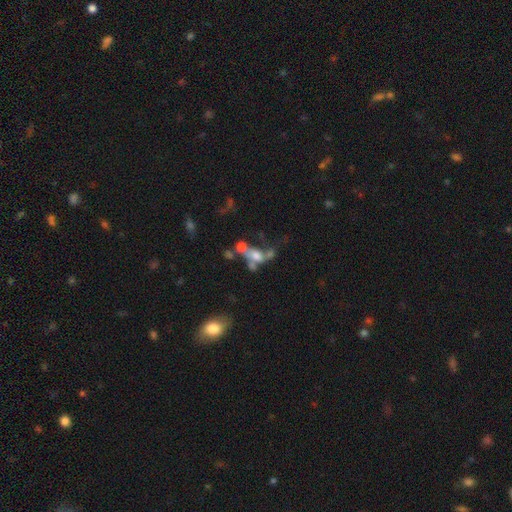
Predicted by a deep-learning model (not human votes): A featured or disk galaxy (43%).

Vote fractions:
- Smooth or featured? featured or disk: 43% / smooth: 40% / star or artifact: 16%
- Merging? merger: 50% / major disturbance: 23% / none: 18% / minor disturbance: 9%